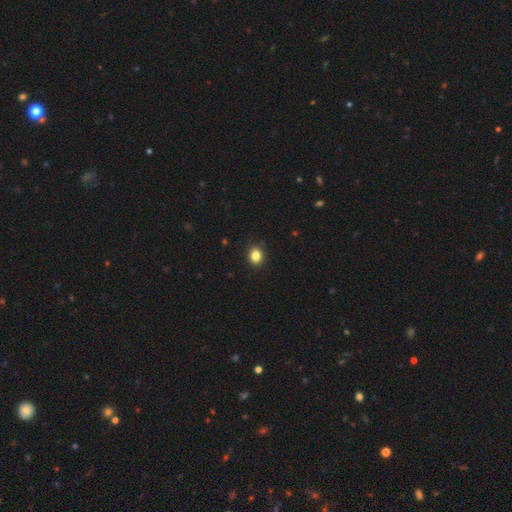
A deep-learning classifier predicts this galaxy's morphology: This appears to be a smooth galaxy with no disk features (84%) that is round (66%). Merging: none (90%).